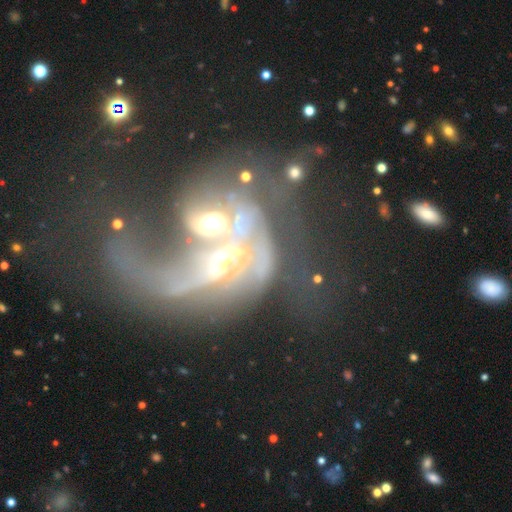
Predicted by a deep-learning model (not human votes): A featured or disk galaxy (76%) with no bar (52%), 1 (51%) loose (61%) spiral arms (72%) and a moderate central bulge (54%).

Vote fractions:
- Smooth or featured? featured or disk: 76% / smooth: 13% / star or artifact: 11%
- Edge-on disk? no: 95% / yes: 5%
- Bar? no: 52% / weak: 32% / strong: 16%
- Spiral arms? yes: 72% / no: 28%
- Spiral winding? loose: 61% / medium: 27% / tight: 12%
- Spiral arm count? 1: 51% / 2: 23% / can't tell: 17% / 3: 4% / 4: 2% / more than 4: 2%
- Bulge size? moderate: 54% / small: 26% / large: 11% / none: 6% / dominant: 3%
- Merging? merger: 62% / major disturbance: 24% / none: 9% / minor disturbance: 5%